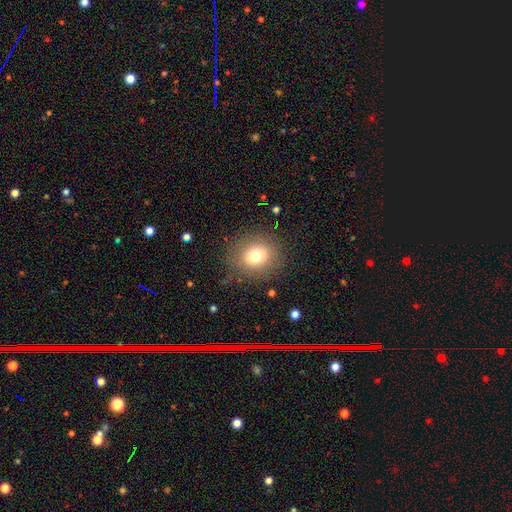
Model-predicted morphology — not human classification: Q: Smooth or featured?
A: smooth (75%); runner-up: star or artifact (13%)
Q: How rounded?
A: round (81%); runner-up: in between (18%)
Q: Merging?
A: none (83%); runner-up: minor disturbance (11%)